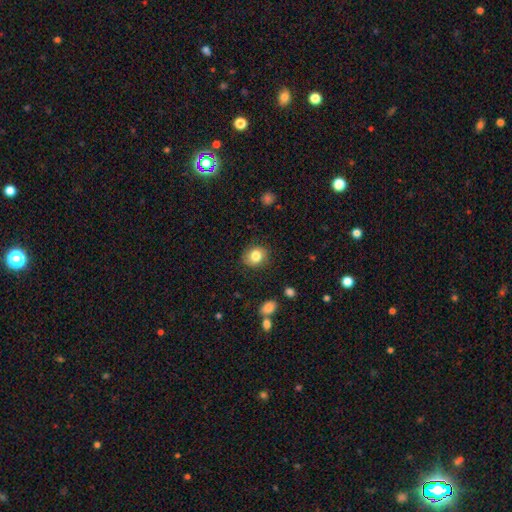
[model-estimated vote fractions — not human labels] Overall: smooth (82%). How rounded: round (65%; in between 34%). Merging: none (84%).